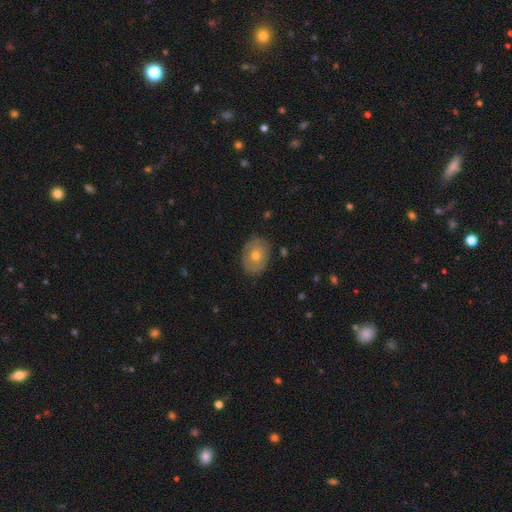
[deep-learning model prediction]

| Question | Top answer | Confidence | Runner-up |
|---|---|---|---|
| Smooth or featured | smooth | 55% | featured or disk (37%) |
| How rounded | in between | 63% | round (36%) |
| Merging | none | 83% | minor disturbance (13%) |